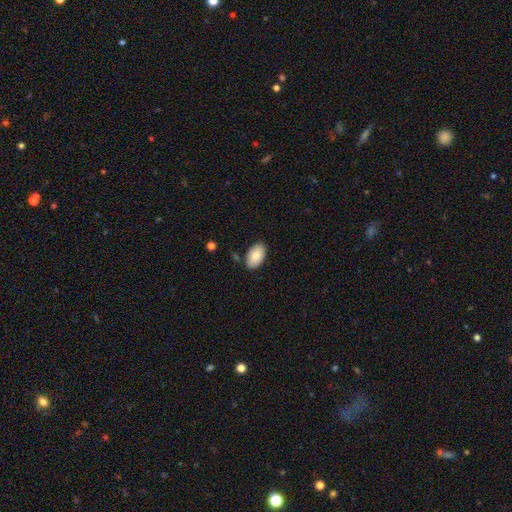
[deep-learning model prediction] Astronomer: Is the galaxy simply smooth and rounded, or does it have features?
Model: smooth — 87%.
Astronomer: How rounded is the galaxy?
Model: in between — 94%.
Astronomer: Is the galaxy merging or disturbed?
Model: none — 85%.